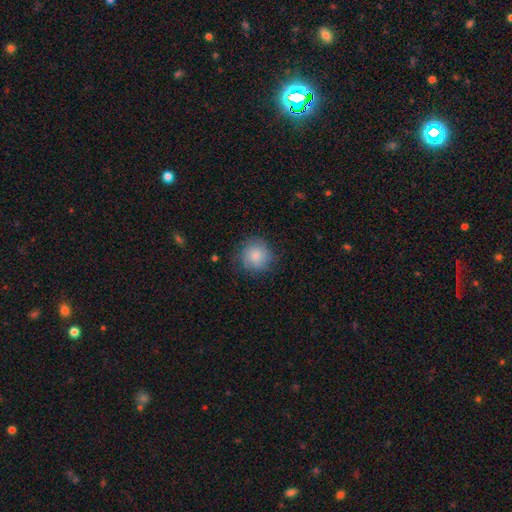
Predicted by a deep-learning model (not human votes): Smooth or featured?
  - smooth: 81% *
  - featured or disk: 11%
  - star or artifact: 7%
How rounded?
  - round: 90% *
  - in between: 9%
  - cigar-shaped: 1%
Merging?
  - none: 75% *
  - minor disturbance: 18%
  - major disturbance: 6%
  - merger: 1%